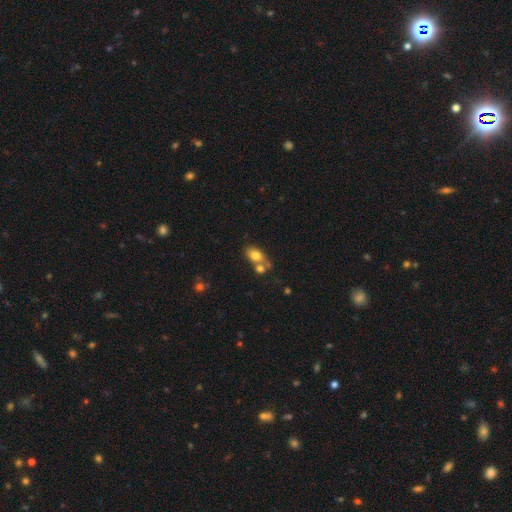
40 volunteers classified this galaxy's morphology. Smooth or featured? 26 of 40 (65%) said smooth. How rounded? 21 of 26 (81%) said in between. Merging? 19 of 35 (54%) said merger.